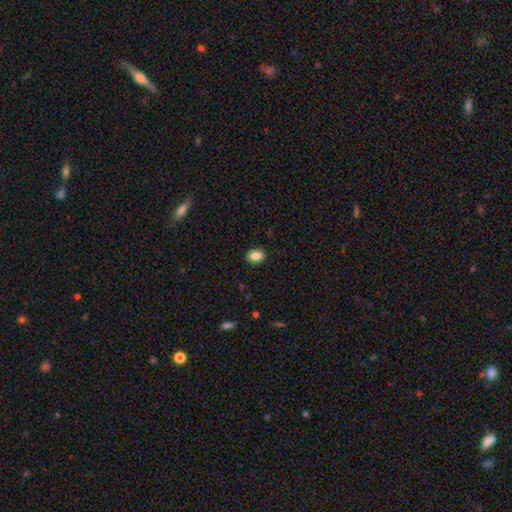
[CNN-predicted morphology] Smooth or featured?
  - smooth: 86% *
  - star or artifact: 9%
  - featured or disk: 5%
How rounded?
  - in between: 70% *
  - round: 29%
  - cigar-shaped: 1%
Merging?
  - none: 90% *
  - minor disturbance: 7%
  - major disturbance: 2%
  - merger: 1%